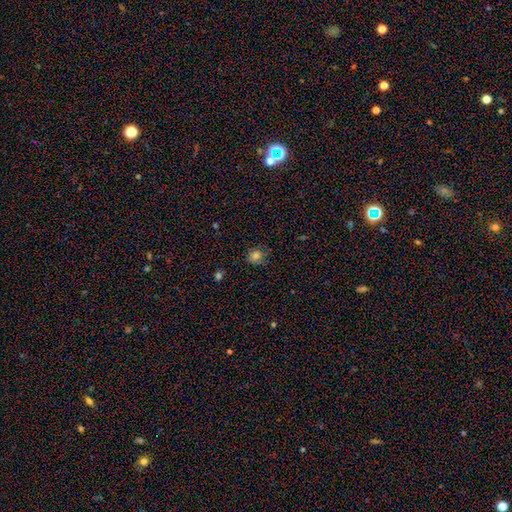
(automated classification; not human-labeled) smooth 80%, star or artifact 14%, featured or disk 6%. Down the decision tree: how rounded — round (80%); merging — none (74%).